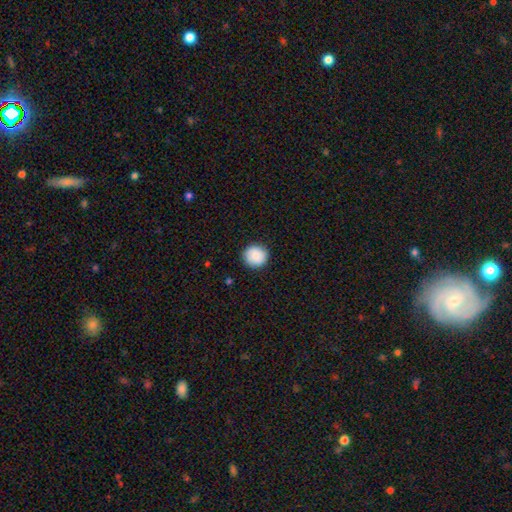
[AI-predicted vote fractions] A smooth galaxy with no disk features (86%) that is round (92%).

Vote fractions:
- Smooth or featured? smooth: 86% / star or artifact: 7% / featured or disk: 7%
- How rounded? round: 92% / in between: 7% / cigar-shaped: 1%
- Merging? none: 90% / minor disturbance: 7% / major disturbance: 2% / merger: 1%